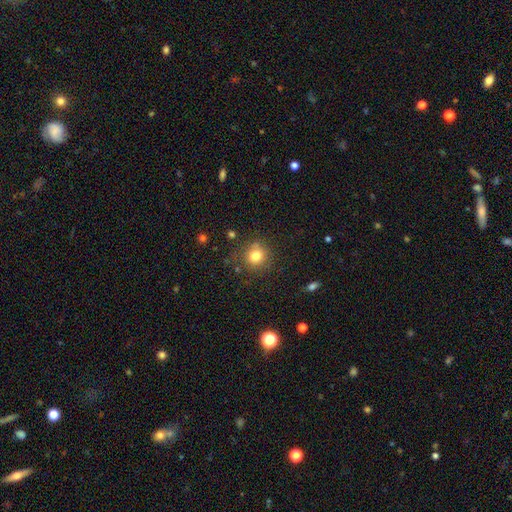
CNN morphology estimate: type=smooth (79%); roundness=round (90%); merging=none (79%).